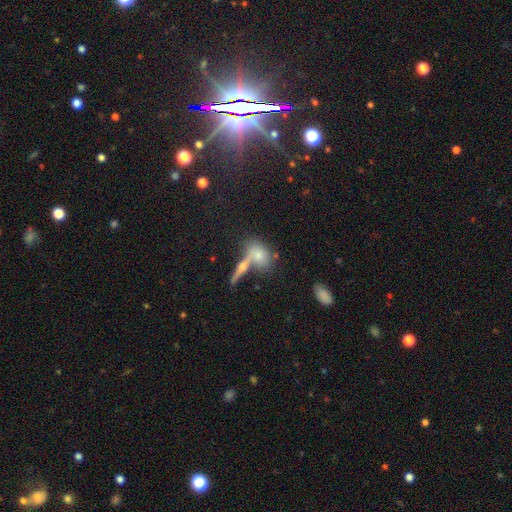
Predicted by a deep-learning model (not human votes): Smooth or featured: smooth — 60% (featured or disk — 30%)
How rounded: in between — 65% (round — 24%)
Merging: none — 48% (merger — 36%)